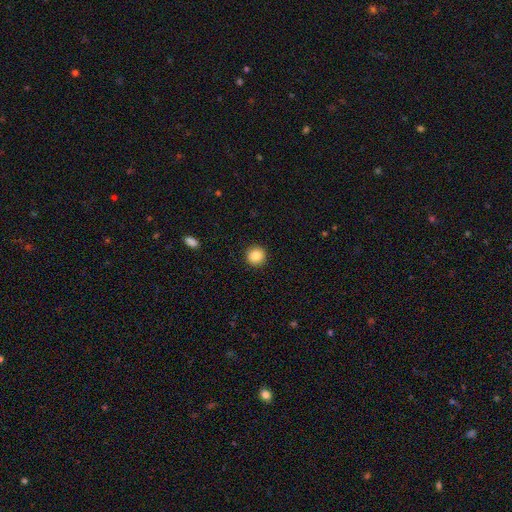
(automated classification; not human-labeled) Smooth or featured?
  - smooth: 86% *
  - star or artifact: 9%
  - featured or disk: 5%
How rounded?
  - round: 94% *
  - in between: 5%
  - cigar-shaped: 1%
Merging?
  - none: 93% *
  - minor disturbance: 5%
  - major disturbance: 2%
  - merger: 1%